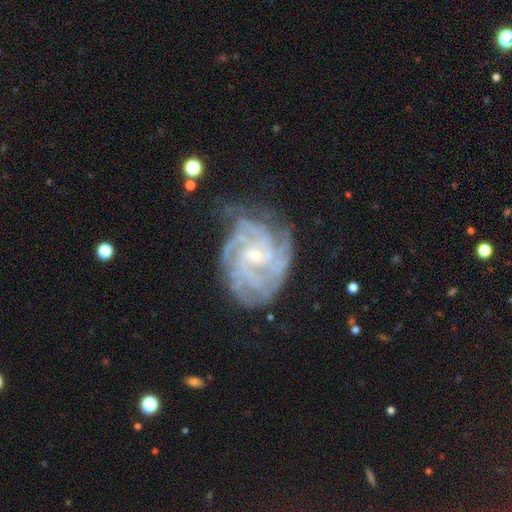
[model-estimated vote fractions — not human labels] smooth-or-featured: featured or disk: 88% | star or artifact: 6% | smooth: 6%
  disk-edge-on: no: 97% | yes: 3%
    bar: no: 54% | weak: 38% | strong: 9%
    has-spiral-arms: yes: 97% | no: 3%
      spiral-winding: tight: 66% | medium: 29% | loose: 5%
      spiral-arm-count: 4: 29% | can't tell: 26% | 3: 18% | 2: 11% | more than 4: 10% | 1: 6%
    bulge-size: small: 74% | moderate: 20% | none: 4% | large: 1% | dominant: 1%
  merging: none: 64% | minor disturbance: 23% | major disturbance: 11% | merger: 2%